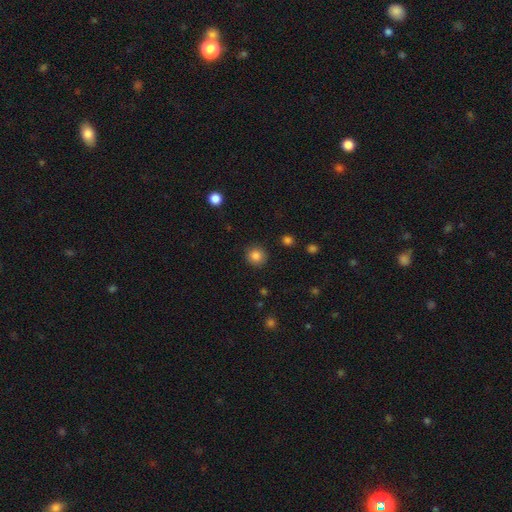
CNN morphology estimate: smooth-or-featured: smooth: 85% | star or artifact: 10% | featured or disk: 5%
  how-rounded: round: 91% | in between: 8% | cigar-shaped: 1%
  merging: none: 90% | minor disturbance: 7% | major disturbance: 2% | merger: 1%